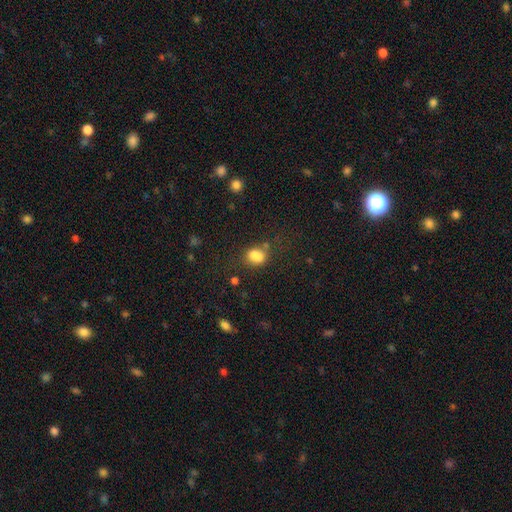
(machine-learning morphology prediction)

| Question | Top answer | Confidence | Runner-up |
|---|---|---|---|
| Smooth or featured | smooth | 75% | star or artifact (13%) |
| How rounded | in between | 58% | round (41%) |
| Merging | none | 42% | merger (33%) |